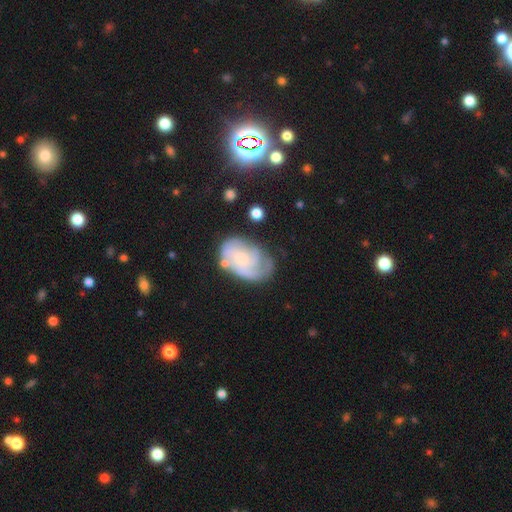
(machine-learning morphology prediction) Overall: featured or disk (66%). Edge-on disk: no (97%). Bar: no (71%). Spiral arms: yes (84%). Spiral arm count: can't tell (37%; 2 29%). Spiral winding: tight (46%; medium 37%). Bulge size: small (55%; moderate 25%). Merging: none (55%; minor disturbance 26%).